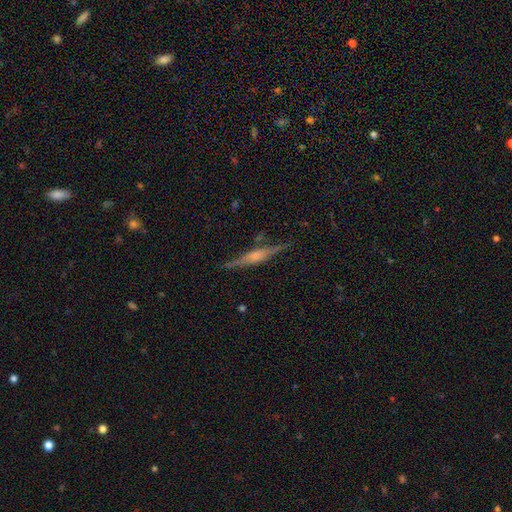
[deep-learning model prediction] The model was most divided on "edge-on bulge": rounded: 54%, boxy: 35%, none: 11%. More confident: edge-on disk — yes (97%); merging — none (84%); smooth or featured — featured or disk (74%).